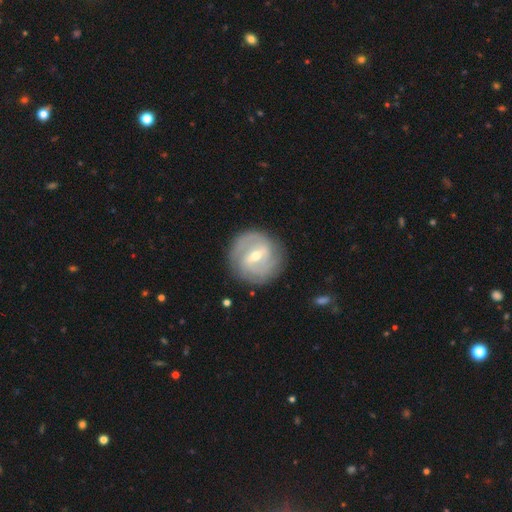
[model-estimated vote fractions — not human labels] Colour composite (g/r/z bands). It shows a featured or disk galaxy (83%) with a weak bar (52%), 2 (52%) tight (57%) spiral arms (92%) and a moderate central bulge (52%). Merging: none (84%).